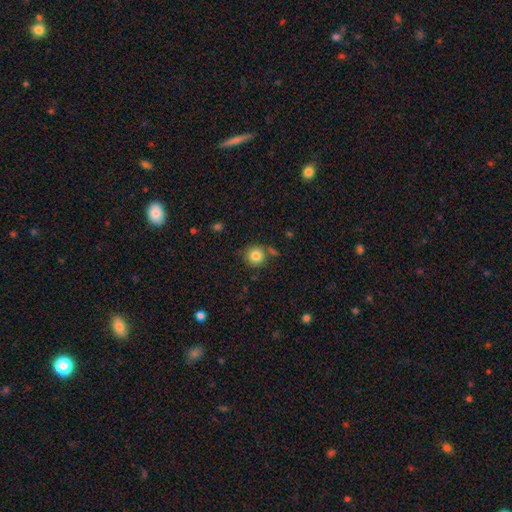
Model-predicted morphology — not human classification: This appears to be a smooth galaxy with no disk features (83%) that is round (92%). Merging: none (76%).